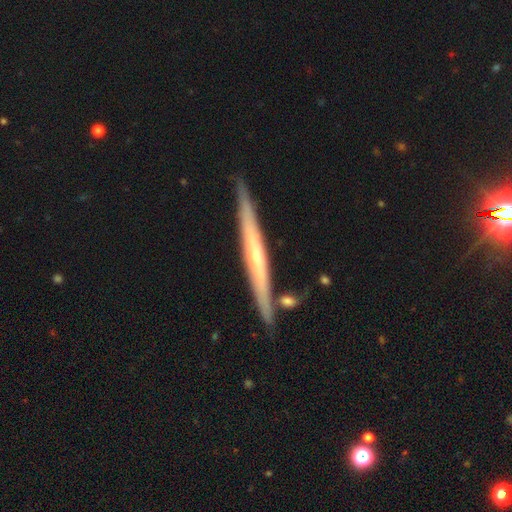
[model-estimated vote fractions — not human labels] Smooth or featured: featured or disk — 69% (smooth — 25%)
Edge-on disk: yes — 96% (no — 4%)
Edge-on bulge: none — 53% (rounded — 42%)
Merging: none — 85% (minor disturbance — 9%)